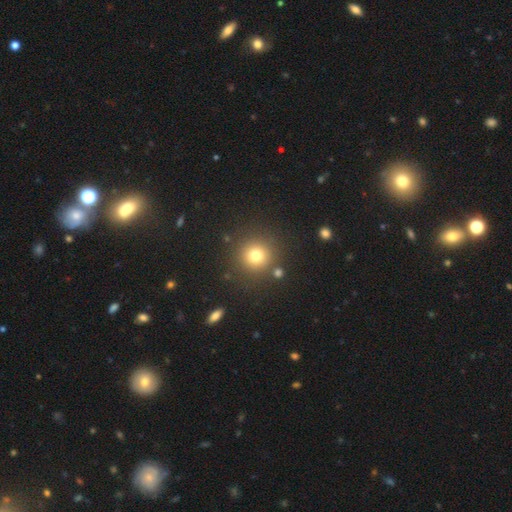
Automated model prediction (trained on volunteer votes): Smooth or featured: smooth — 77% (star or artifact — 15%)
How rounded: round — 93% (in between — 6%)
Merging: none — 86% (minor disturbance — 7%)